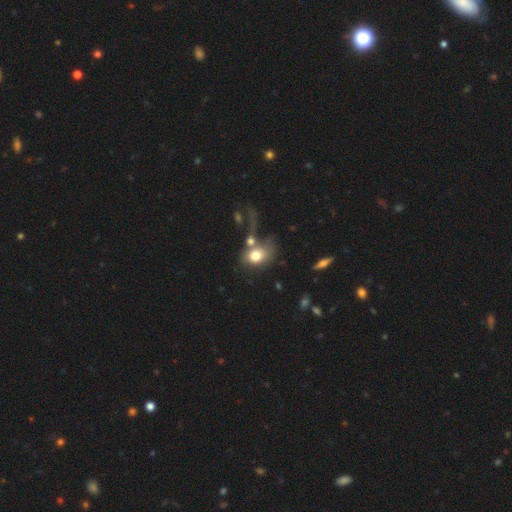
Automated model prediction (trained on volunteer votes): Smooth or featured: smooth — 74% (featured or disk — 17%)
How rounded: in between — 64% (round — 35%)
Merging: merger — 36% (none — 33%)